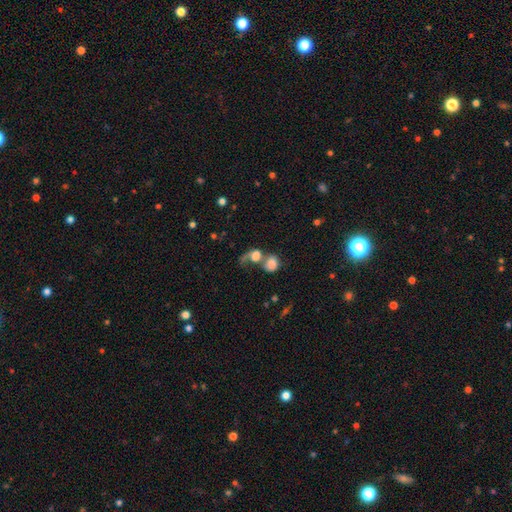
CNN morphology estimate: This appears to be a smooth galaxy with no disk features (62%) that is in between round and cigar-shaped (50%). Merging: merger (64%).